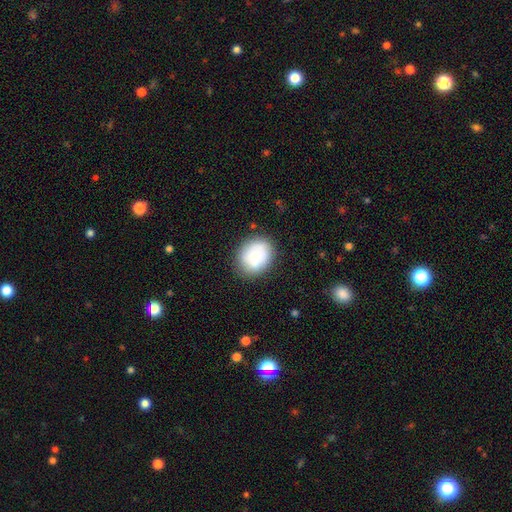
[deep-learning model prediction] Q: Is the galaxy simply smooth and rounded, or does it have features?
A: smooth — 72%.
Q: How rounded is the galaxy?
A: round — 60%.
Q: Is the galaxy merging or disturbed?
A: none — 76%.